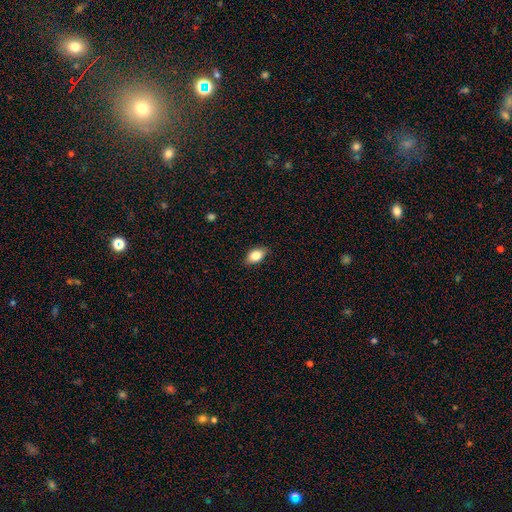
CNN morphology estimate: type=smooth (81%); roundness=in between (86%); merging=none (85%).